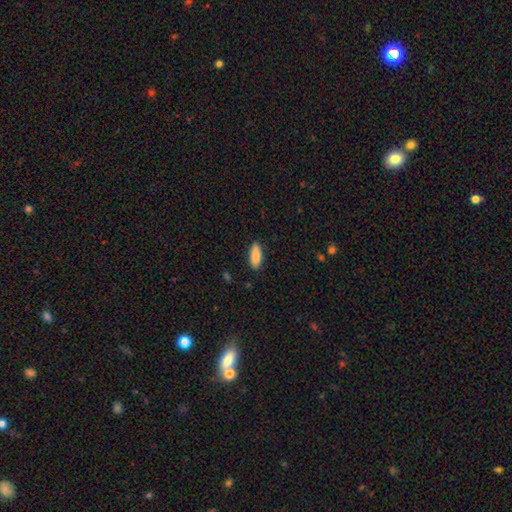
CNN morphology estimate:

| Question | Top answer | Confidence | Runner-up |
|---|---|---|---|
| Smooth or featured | smooth | 87% | featured or disk (7%) |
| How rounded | in between | 65% | cigar-shaped (33%) |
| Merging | none | 87% | minor disturbance (10%) |